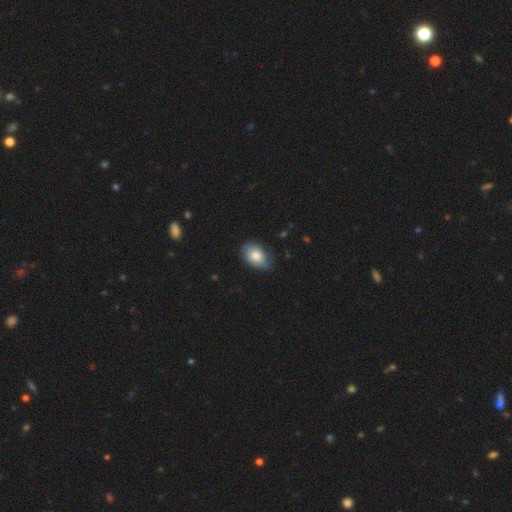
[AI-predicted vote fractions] Smooth or featured? Predicted: smooth (p=0.71). How rounded? Predicted: in between (p=0.86). Merging? Predicted: none (p=0.69).